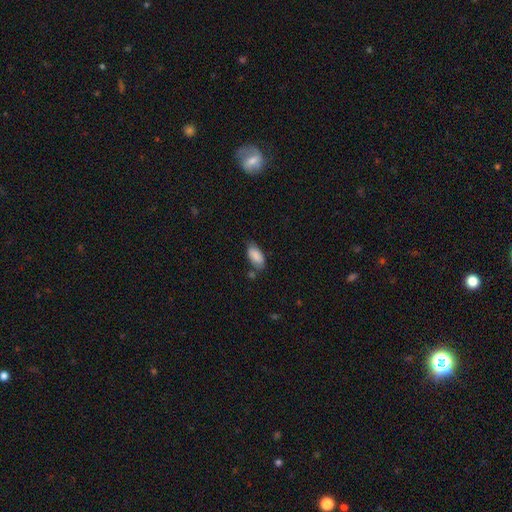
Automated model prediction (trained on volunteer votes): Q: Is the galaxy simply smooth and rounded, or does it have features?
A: smooth — 85%.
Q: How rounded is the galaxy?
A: in between — 91%.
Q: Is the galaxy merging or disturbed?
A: none — 67%.